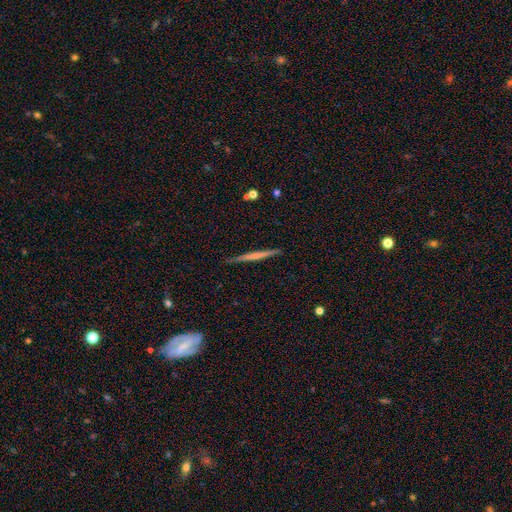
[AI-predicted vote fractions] Morphology: type=featured or disk (51%); edge-on=yes (97%); merging=none (88%).